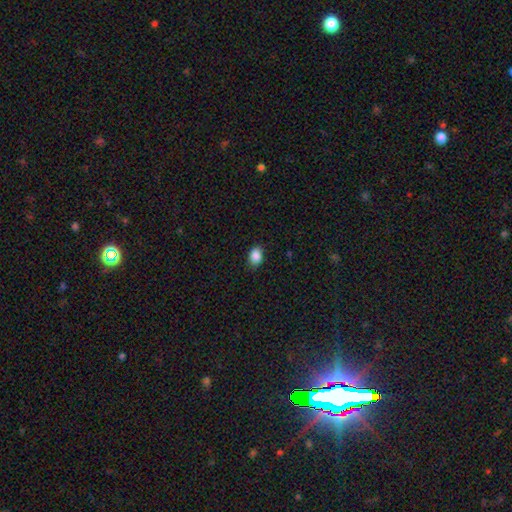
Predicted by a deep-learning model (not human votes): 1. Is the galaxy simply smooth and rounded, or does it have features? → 88% smooth, 9% star or artifact, 3% featured or disk.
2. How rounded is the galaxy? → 76% in between, 23% round, 1% cigar-shaped.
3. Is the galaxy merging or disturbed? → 84% none, 13% minor disturbance, 3% major disturbance, 1% merger.